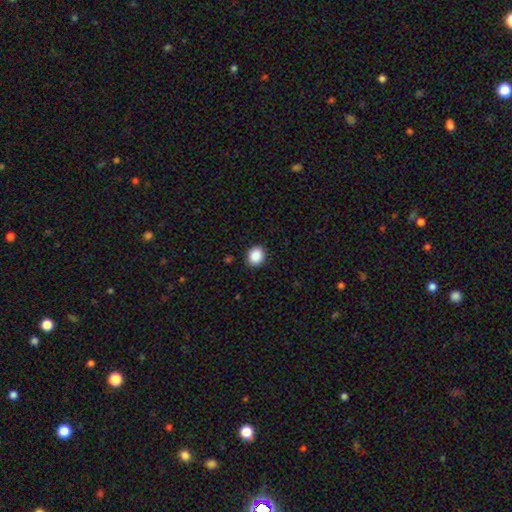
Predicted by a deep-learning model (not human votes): Smooth or featured? smooth (89%)
How rounded? round (68%)
Merging? none (91%)